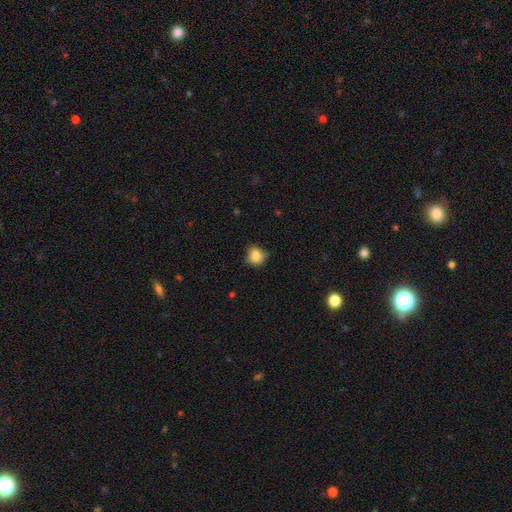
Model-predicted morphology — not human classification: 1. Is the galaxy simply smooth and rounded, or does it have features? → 83% smooth, 10% star or artifact, 8% featured or disk.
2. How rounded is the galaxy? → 72% round, 27% in between, 1% cigar-shaped.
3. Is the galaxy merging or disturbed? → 62% none, 30% minor disturbance, 6% major disturbance, 2% merger.